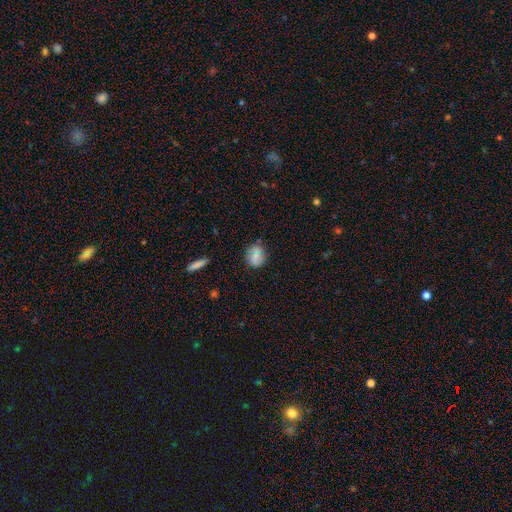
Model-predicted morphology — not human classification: A smooth galaxy with no disk features (68%) that is round (74%).

Vote fractions:
- Smooth or featured? smooth: 68% / featured or disk: 20% / star or artifact: 12%
- How rounded? round: 74% / in between: 24% / cigar-shaped: 2%
- Merging? none: 78% / minor disturbance: 15% / major disturbance: 4% / merger: 4%